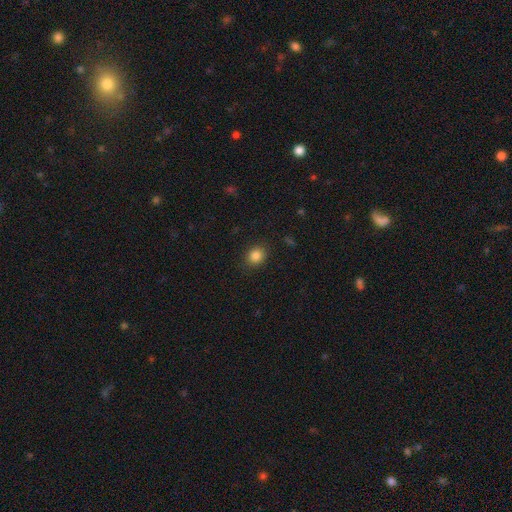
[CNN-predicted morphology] smooth 85%, star or artifact 11%, featured or disk 4%. Down the decision tree: how rounded — round (69%); merging — none (88%).